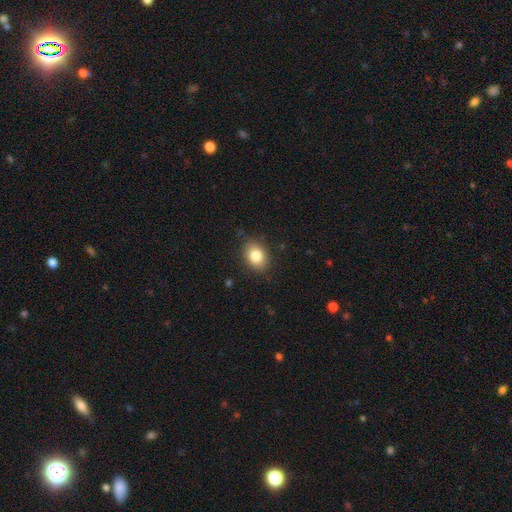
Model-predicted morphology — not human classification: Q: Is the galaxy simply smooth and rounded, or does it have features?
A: smooth — 83%.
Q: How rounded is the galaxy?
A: in between — 68%.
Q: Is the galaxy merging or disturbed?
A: none — 84%.